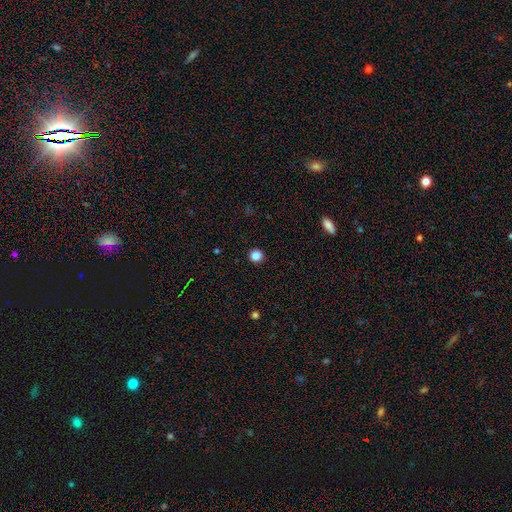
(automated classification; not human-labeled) Smooth or featured?
  - smooth: 85% *
  - star or artifact: 12%
  - featured or disk: 3%
How rounded?
  - round: 95% *
  - in between: 4%
  - cigar-shaped: 1%
Merging?
  - none: 94% *
  - minor disturbance: 4%
  - major disturbance: 1%
  - merger: 1%